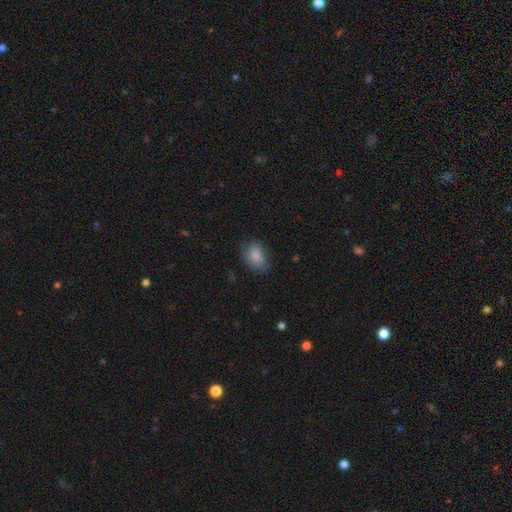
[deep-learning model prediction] This appears to be a smooth galaxy with no disk features (83%) that is in between round and cigar-shaped (85%). Merging: none (70%).